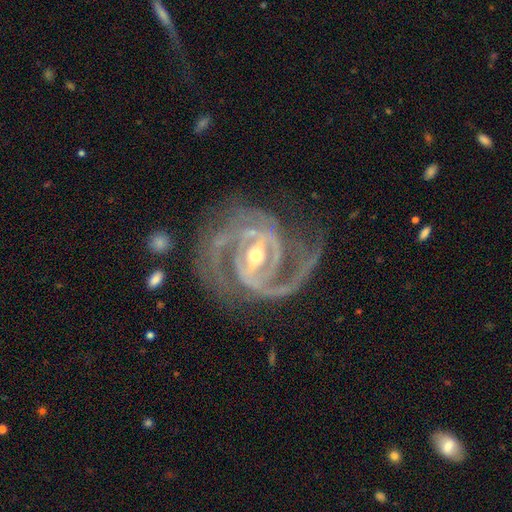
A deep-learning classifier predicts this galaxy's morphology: This is clearly a featured or disk galaxy (93%). It is clearly not viewed edge-on (97%). Bar: likely strong (61%). Spiral arm pattern: clearly yes (97%). Spiral arm count: likely 2 (62%). Spiral winding: possibly medium (46%). Central bulge: possibly moderate (56%). Merging: likely none (61%).